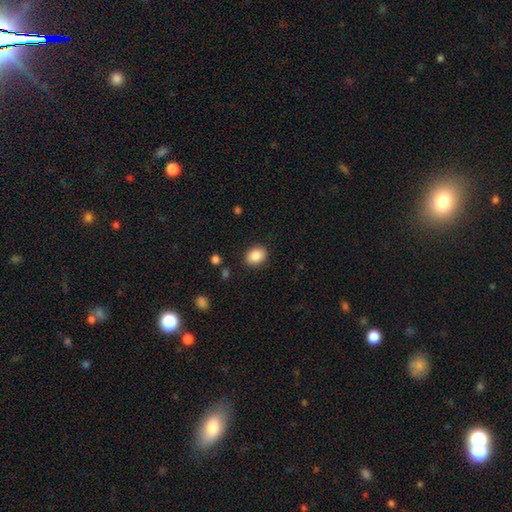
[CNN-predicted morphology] smooth 87%, star or artifact 8%, featured or disk 5%. Down the decision tree: how rounded — in between (62%); merging — none (87%).